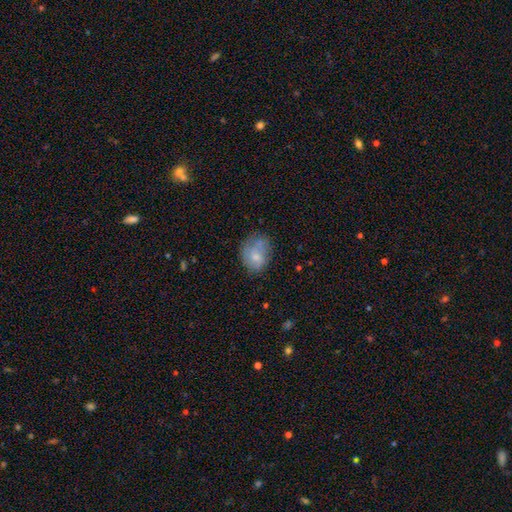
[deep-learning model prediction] smooth_or_featured: smooth (p=0.68) [alt: featured or disk p=0.23]
how_rounded: in between (p=0.53) [alt: round p=0.46]
merging: none (p=0.53) [alt: minor disturbance p=0.29]